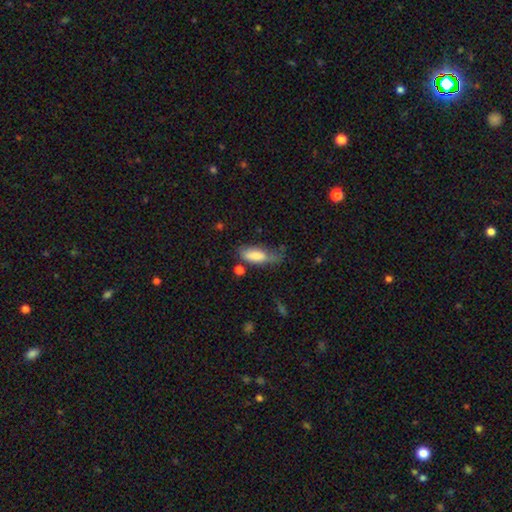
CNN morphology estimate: Q: Smooth or featured?
A: smooth (79%); runner-up: featured or disk (14%)
Q: How rounded?
A: in between (72%); runner-up: cigar-shaped (26%)
Q: Merging?
A: minor disturbance (37%); runner-up: none (34%)